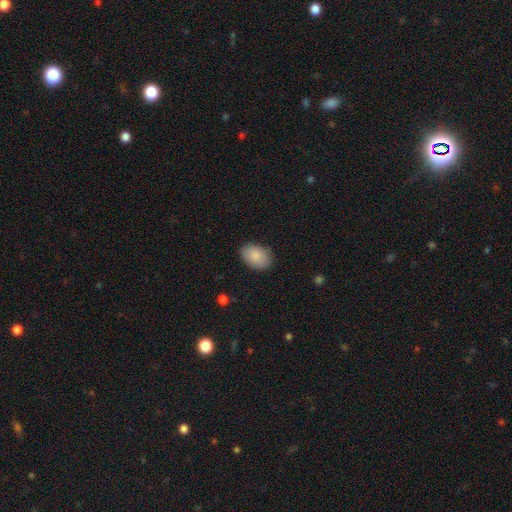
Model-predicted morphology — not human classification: smooth 87%, featured or disk 7%, star or artifact 7%. Down the decision tree: how rounded — in between (86%); merging — none (86%).